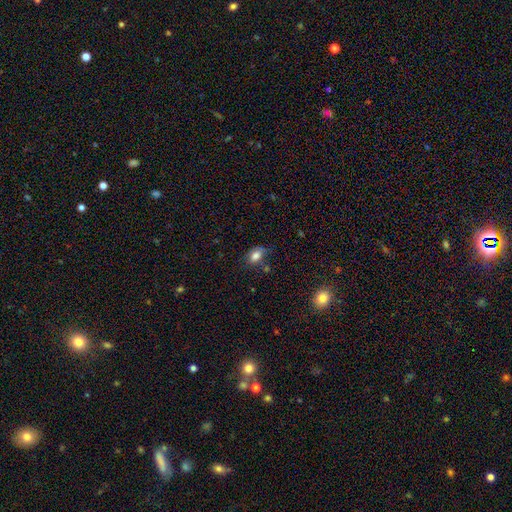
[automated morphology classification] smooth 79%, featured or disk 11%, star or artifact 10%. Down the decision tree: how rounded — in between (83%); merging — none (56%).